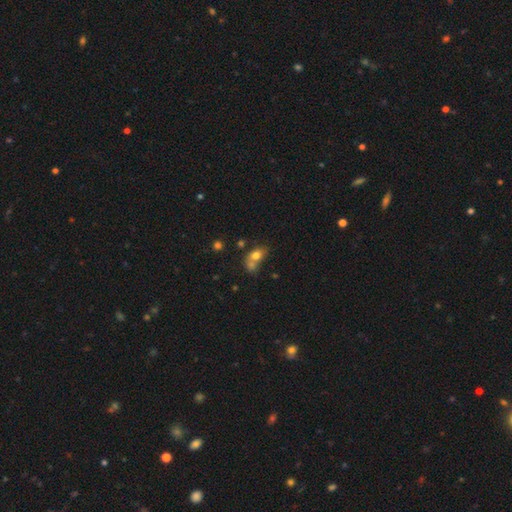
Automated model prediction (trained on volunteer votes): Morphology: type=smooth (71%); roundness=in between (64%); merging=merger (55%).